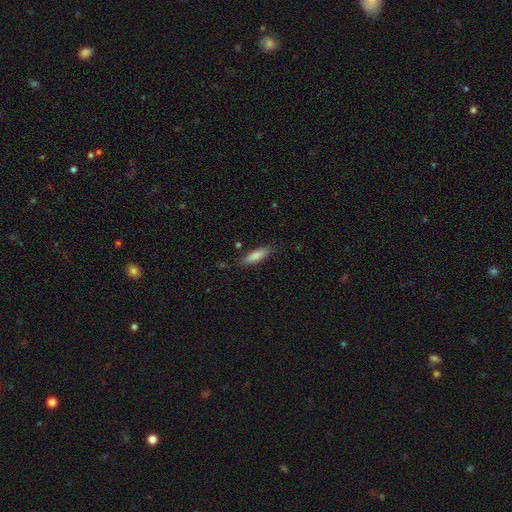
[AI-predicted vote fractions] Smooth or featured?
  - smooth: 84% *
  - featured or disk: 10%
  - star or artifact: 6%
How rounded?
  - cigar-shaped: 58% *
  - in between: 41%
  - round: 2%
Merging?
  - none: 83% *
  - minor disturbance: 13%
  - major disturbance: 3%
  - merger: 2%